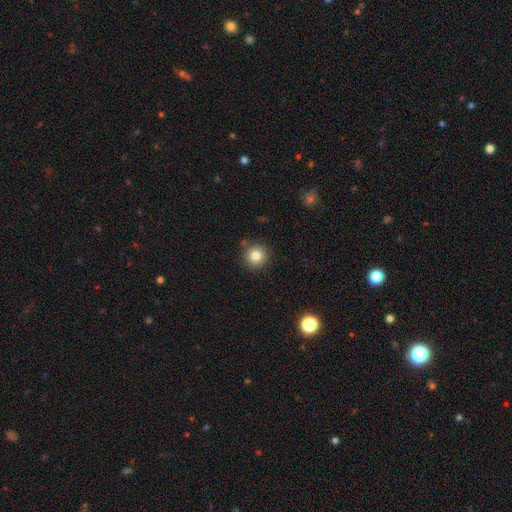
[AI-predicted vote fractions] This appears to be a smooth galaxy with no disk features (83%) that is round (94%). Merging: none (87%).